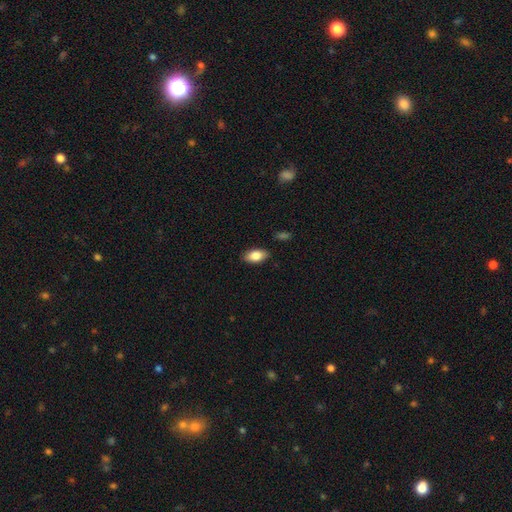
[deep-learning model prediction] smooth 84%, featured or disk 9%, star or artifact 7%. Down the decision tree: how rounded — in between (92%); merging — none (87%).